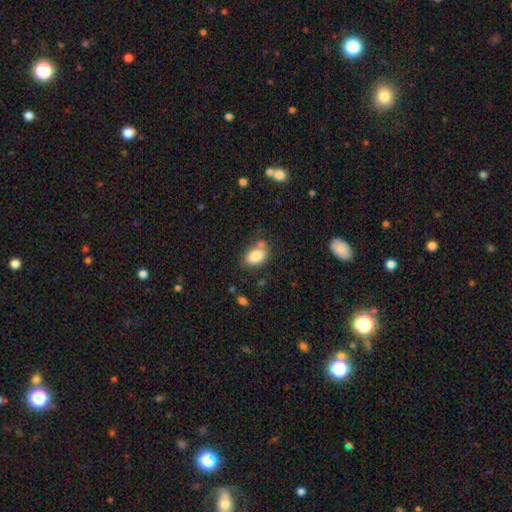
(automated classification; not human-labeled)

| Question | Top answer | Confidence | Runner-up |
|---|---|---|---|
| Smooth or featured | smooth | 83% | featured or disk (9%) |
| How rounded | in between | 85% | round (14%) |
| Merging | none | 63% | minor disturbance (17%) |